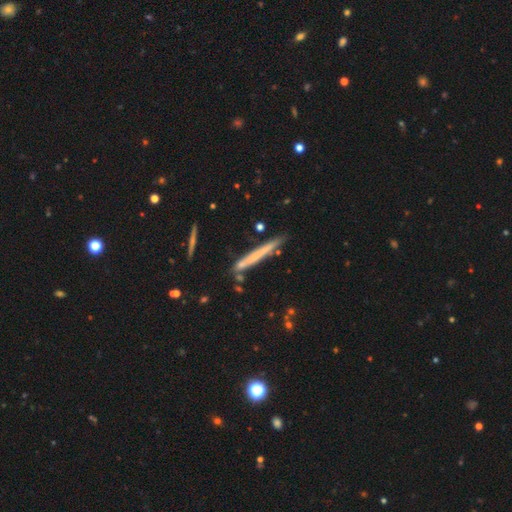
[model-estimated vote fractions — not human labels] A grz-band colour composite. It shows a smooth galaxy with no disk features (52%) that is cigar-shaped (96%). Merging: none (79%).